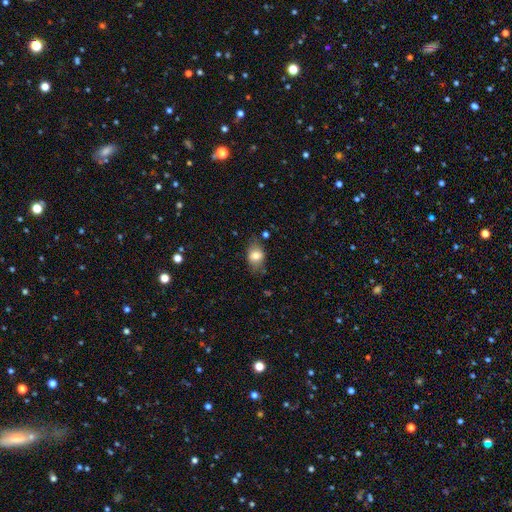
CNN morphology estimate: Q: Smooth or featured?
A: smooth (75%); runner-up: featured or disk (16%)
Q: How rounded?
A: in between (76%); runner-up: round (22%)
Q: Merging?
A: none (71%); runner-up: minor disturbance (21%)